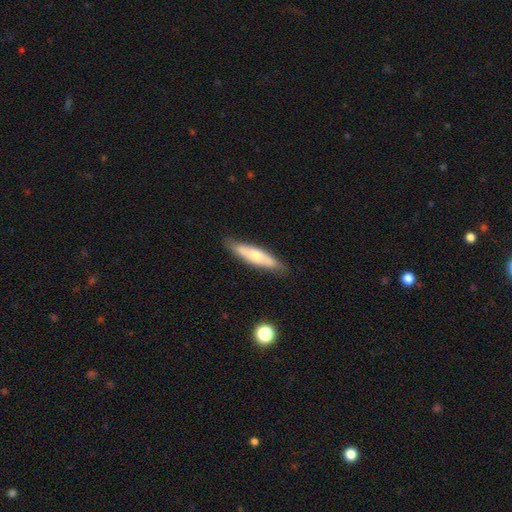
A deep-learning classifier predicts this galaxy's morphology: A smooth galaxy with no disk features (52%) that is cigar-shaped (69%). Merging: none (81%).